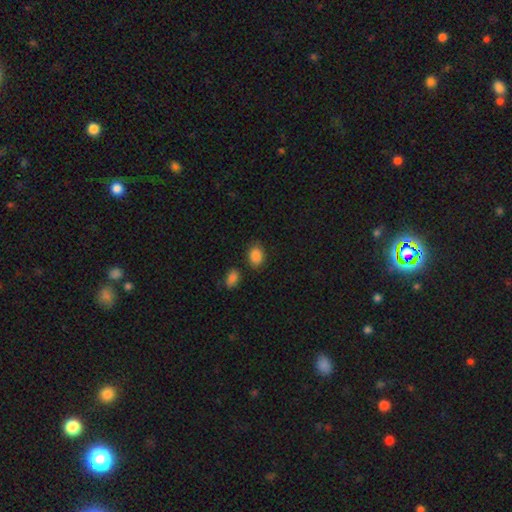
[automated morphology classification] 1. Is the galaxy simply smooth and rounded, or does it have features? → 88% smooth, 9% star or artifact, 4% featured or disk.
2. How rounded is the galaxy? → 68% in between, 31% round, 1% cigar-shaped.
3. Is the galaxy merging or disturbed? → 78% none, 13% minor disturbance, 5% merger, 4% major disturbance.